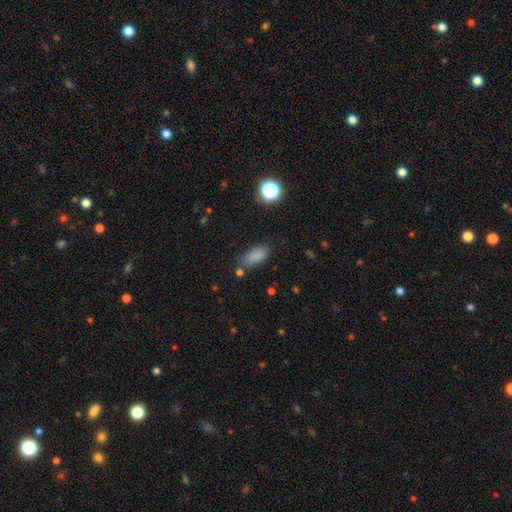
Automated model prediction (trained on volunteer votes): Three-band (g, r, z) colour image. It shows a smooth galaxy with no disk features (84%) that is in between round and cigar-shaped (81%). Merging: none (73%).